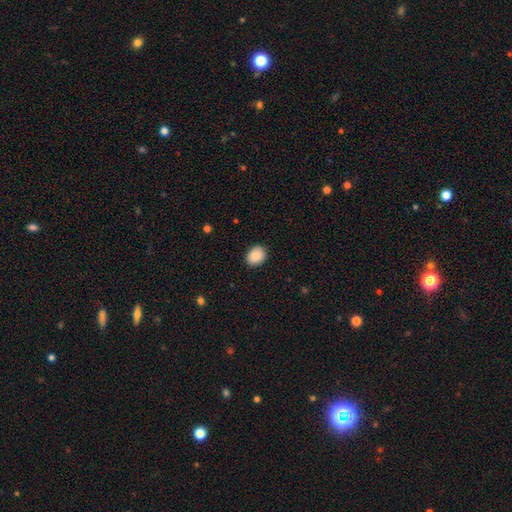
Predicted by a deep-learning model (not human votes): Smooth or featured? smooth (89%)
How rounded? in between (57%)
Merging? none (88%)